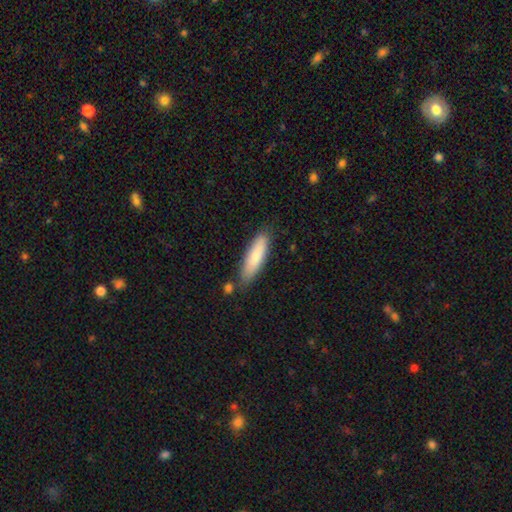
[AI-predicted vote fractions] Smooth or featured?
  - smooth: 82% *
  - featured or disk: 12%
  - star or artifact: 6%
How rounded?
  - cigar-shaped: 68% *
  - in between: 31%
  - round: 1%
Merging?
  - none: 79% *
  - minor disturbance: 14%
  - merger: 4%
  - major disturbance: 3%